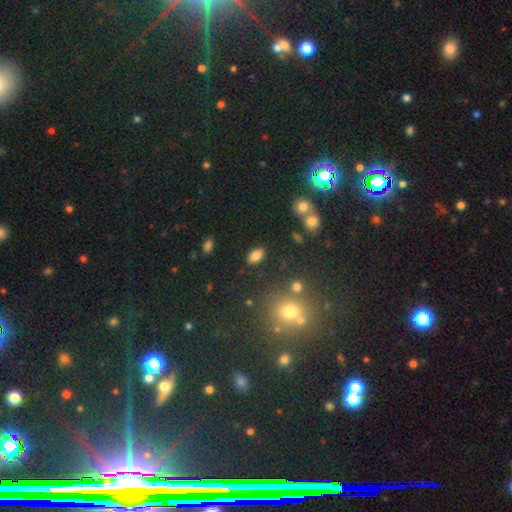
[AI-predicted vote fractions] A smooth galaxy with no disk features (82%) that is in between round and cigar-shaped (90%). Merging: none (85%).